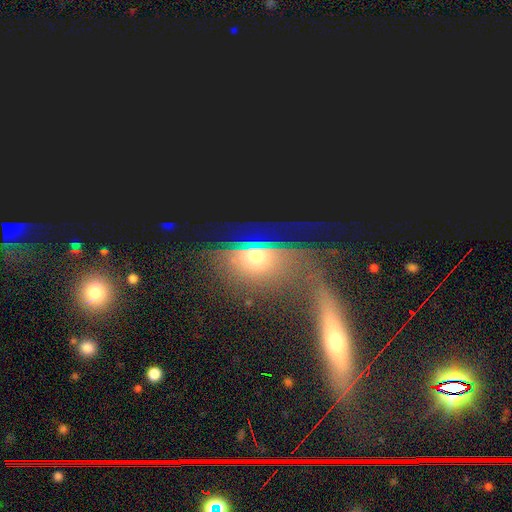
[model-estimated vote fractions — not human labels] Smooth or featured?
  - smooth: 35% *
  - featured or disk: 34%
  - star or artifact: 31%
Merging?
  - none: 47% *
  - major disturbance: 22%
  - merger: 17%
  - minor disturbance: 14%